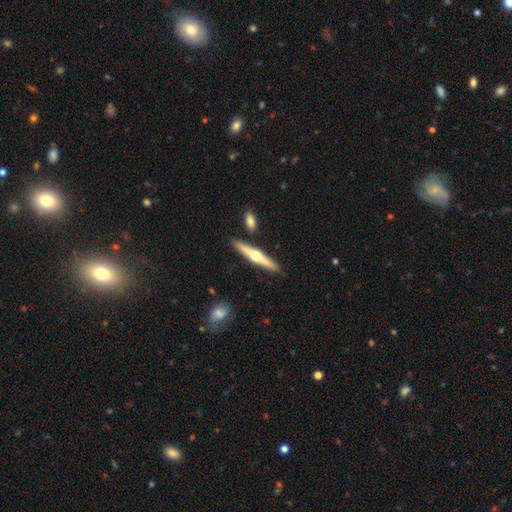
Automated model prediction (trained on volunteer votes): Morphology: type=featured or disk (66%); edge-on=yes (97%); edge-on bulge=rounded (94%); merging=none (88%).